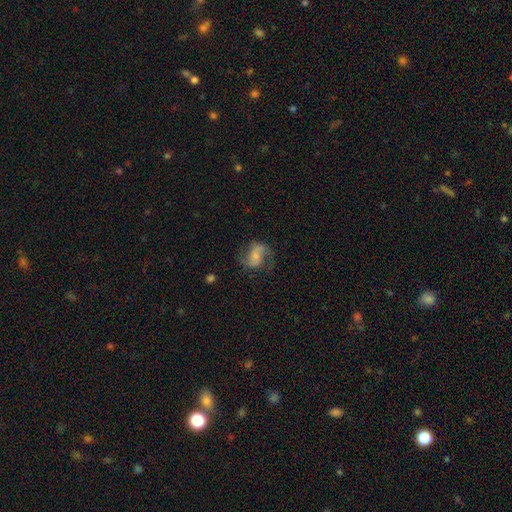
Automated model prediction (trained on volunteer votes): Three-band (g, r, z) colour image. It shows a featured or disk galaxy (70%) with no bar (43%), 2 (87%) loose (45%) spiral arms (93%) and a small central bulge (45%). Merging: none (67%).